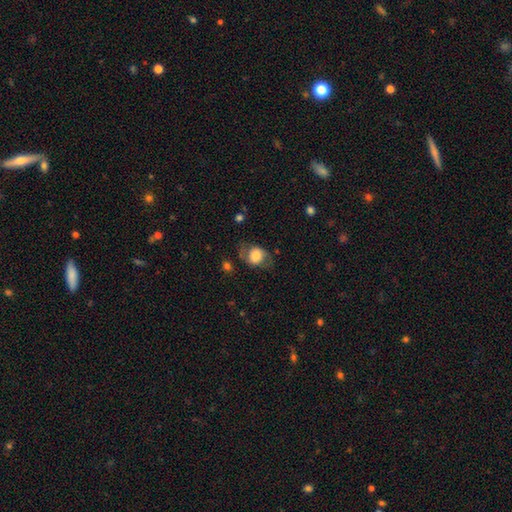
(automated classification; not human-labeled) Smooth or featured? smooth (64%)
How rounded? round (54%)
Merging? none (60%)